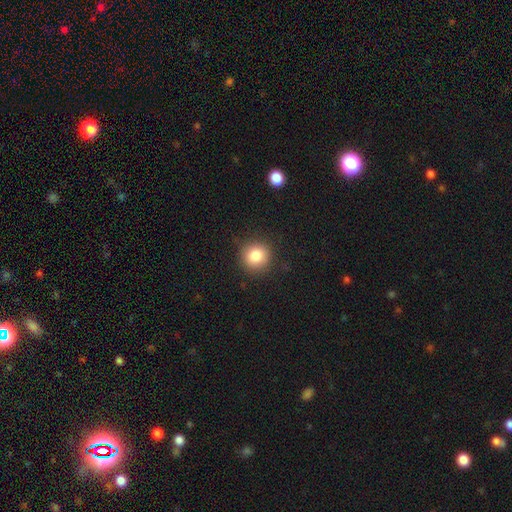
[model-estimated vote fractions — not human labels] Overall: smooth (83%). How rounded: round (92%). Merging: none (89%).